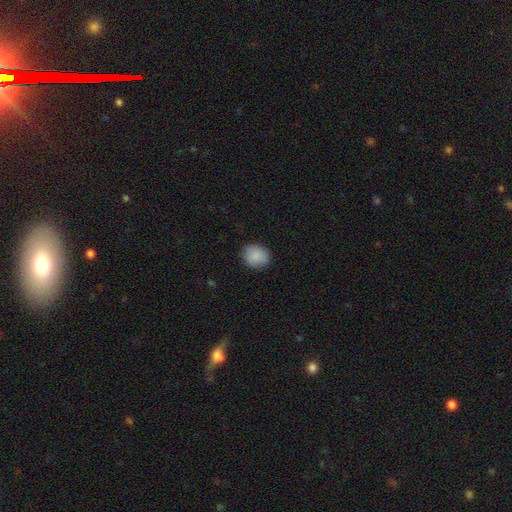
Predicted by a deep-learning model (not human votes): Overall: smooth (89%). How rounded: round (62%; in between 37%). Merging: none (87%).